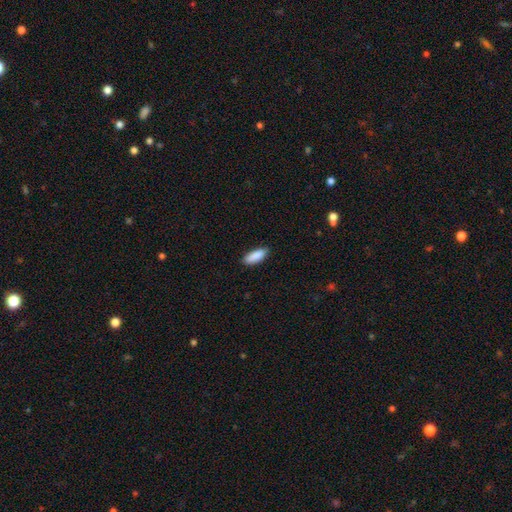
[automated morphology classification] A smooth galaxy with no disk features (90%) that is in between round and cigar-shaped (68%). Merging: none (86%).